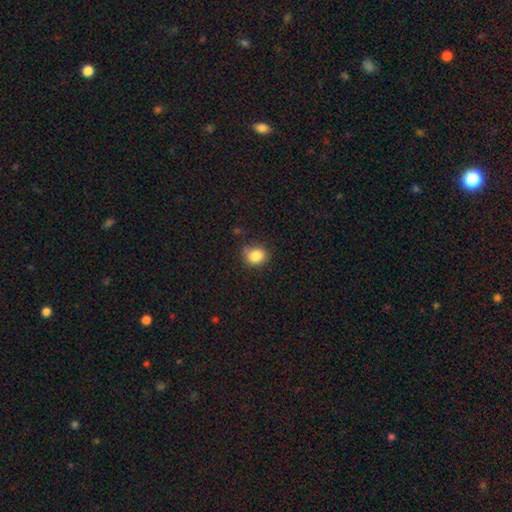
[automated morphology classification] Q: Smooth or featured?
A: smooth (84%); runner-up: star or artifact (10%)
Q: How rounded?
A: round (71%); runner-up: in between (28%)
Q: Merging?
A: none (76%); runner-up: minor disturbance (17%)